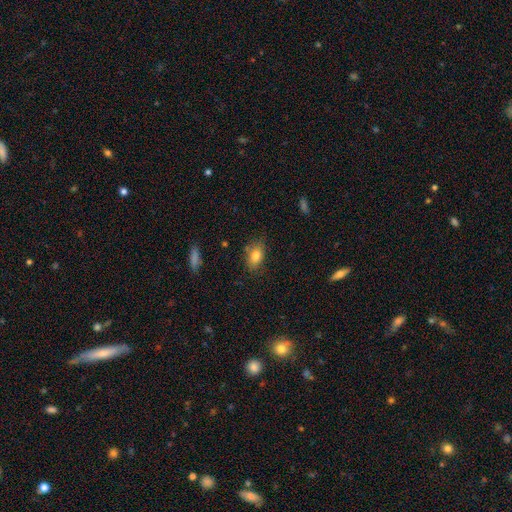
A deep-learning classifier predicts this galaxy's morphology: Smooth or featured: smooth — 80% (featured or disk — 11%)
How rounded: in between — 84% (round — 13%)
Merging: none — 77% (minor disturbance — 16%)